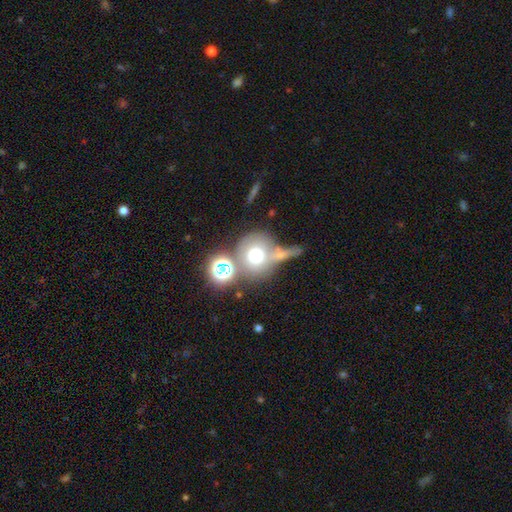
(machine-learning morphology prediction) smooth 56%, star or artifact 23%, featured or disk 22%. Down the decision tree: how rounded — round (88%); merging — none (49%).